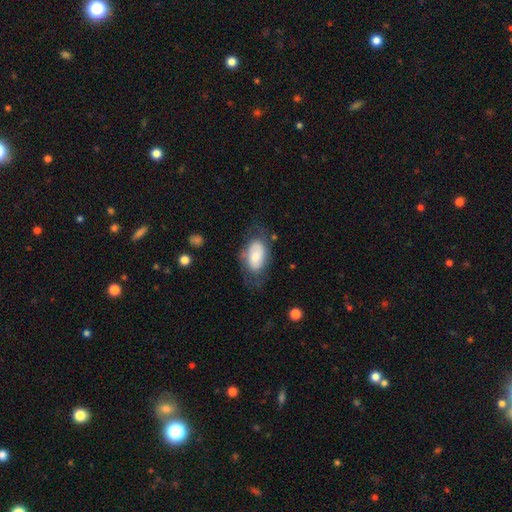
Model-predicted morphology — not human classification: This appears to be a smooth galaxy with no disk features (63%) that is in between round and cigar-shaped (92%). Merging: none (53%).